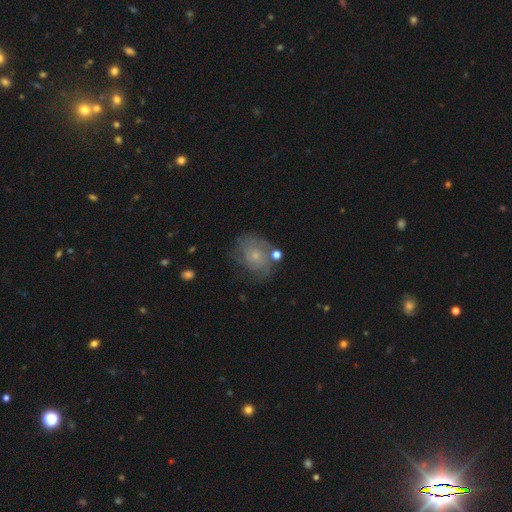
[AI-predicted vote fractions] smooth-or-featured: featured or disk: 54% | smooth: 35% | star or artifact: 11%
  disk-edge-on: no: 97% | yes: 3%
    bar: no: 82% | weak: 16% | strong: 2%
    has-spiral-arms: yes: 74% | no: 26%
    bulge-size: small: 73% | moderate: 20% | none: 5% | large: 2% | dominant: 1%
  merging: none: 59% | minor disturbance: 23% | major disturbance: 13% | merger: 5%